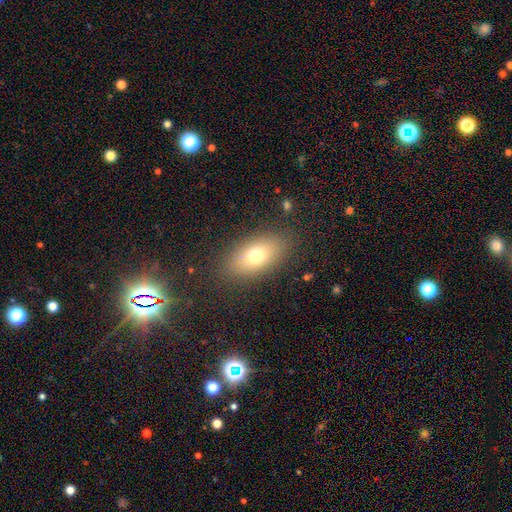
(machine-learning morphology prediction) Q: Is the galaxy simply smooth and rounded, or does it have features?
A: smooth — 73%.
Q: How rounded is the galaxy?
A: in between — 87%.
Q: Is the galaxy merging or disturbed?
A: none — 85%.